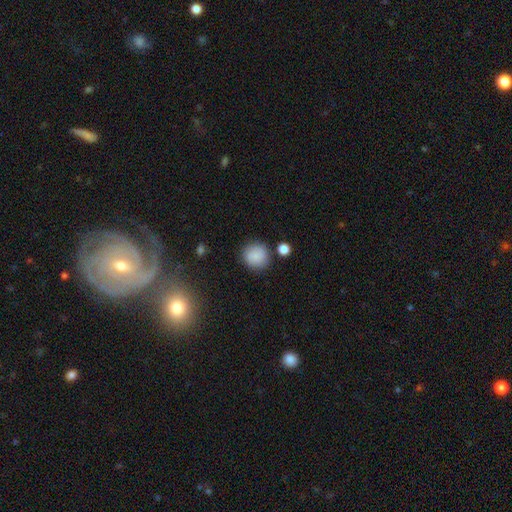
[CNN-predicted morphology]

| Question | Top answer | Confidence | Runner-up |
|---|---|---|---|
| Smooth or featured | smooth | 82% | star or artifact (9%) |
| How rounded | round | 89% | in between (10%) |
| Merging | none | 81% | minor disturbance (11%) |